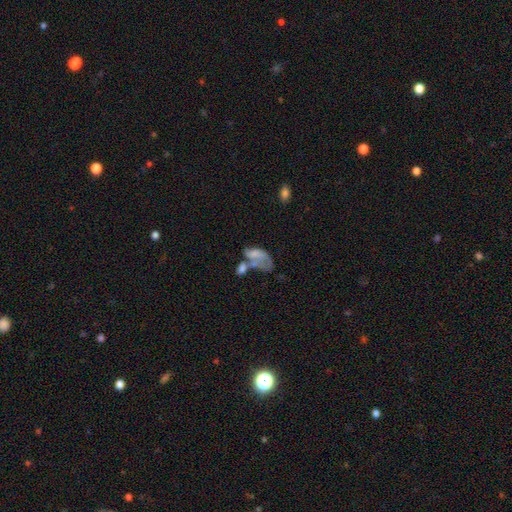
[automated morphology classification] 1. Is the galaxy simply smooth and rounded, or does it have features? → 52% smooth, 37% featured or disk, 11% star or artifact.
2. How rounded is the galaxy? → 91% in between, 6% round, 3% cigar-shaped.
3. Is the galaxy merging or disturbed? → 47% merger, 28% major disturbance, 13% none, 12% minor disturbance.